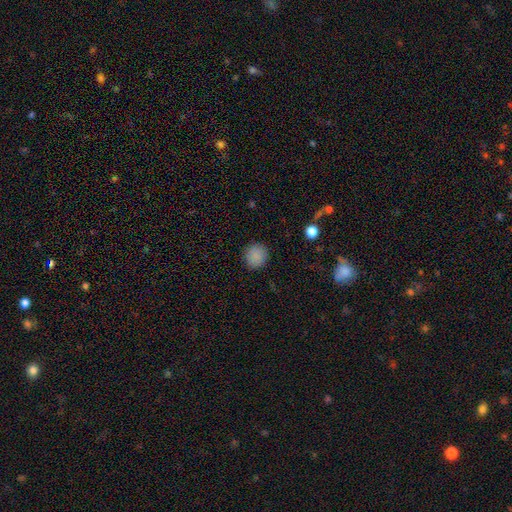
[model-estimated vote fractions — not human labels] Smooth or featured? Predicted: smooth (p=0.87). How rounded? Predicted: round (p=0.90). Merging? Predicted: none (p=0.90).